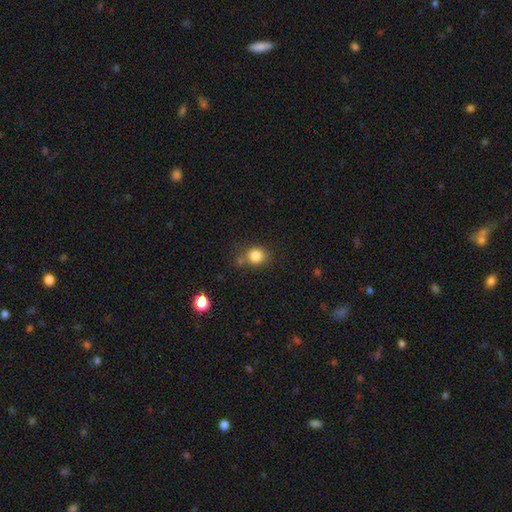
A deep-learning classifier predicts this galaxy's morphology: A smooth galaxy with no disk features (83%) that is round (73%). Merging: none (68%).